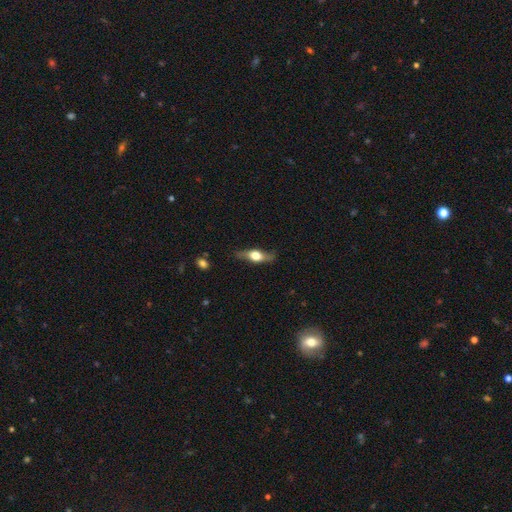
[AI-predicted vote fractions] featured or disk 57%, smooth 37%, star or artifact 6%. Down the decision tree: edge-on disk — yes (82%); merging — none (75%).